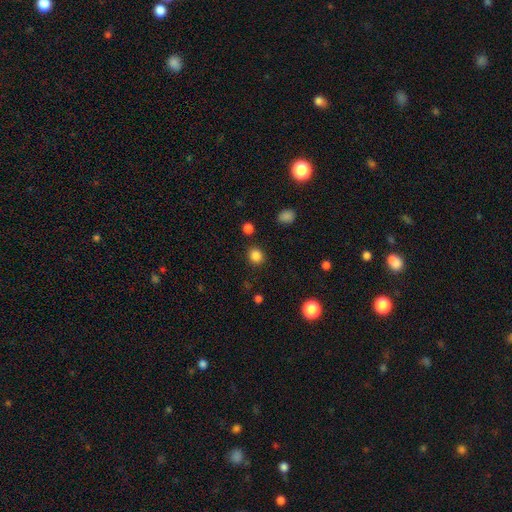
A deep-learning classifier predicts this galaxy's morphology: This is clearly a smooth galaxy (85%). How rounded: clearly round (85%). Merging: clearly none (88%).